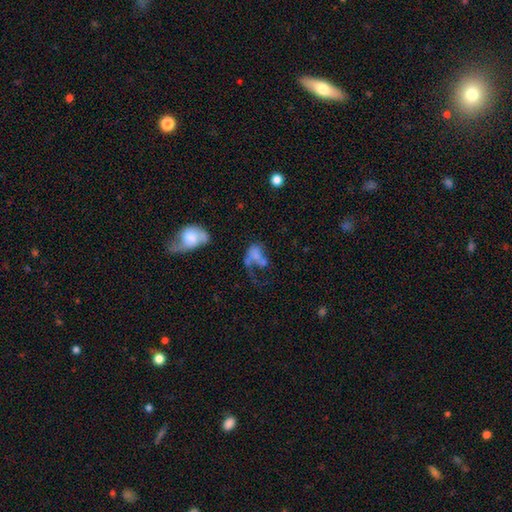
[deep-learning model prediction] smooth-or-featured: smooth: 49% | featured or disk: 38% | star or artifact: 13%
  merging: major disturbance: 40% | merger: 30% | none: 18% | minor disturbance: 12%